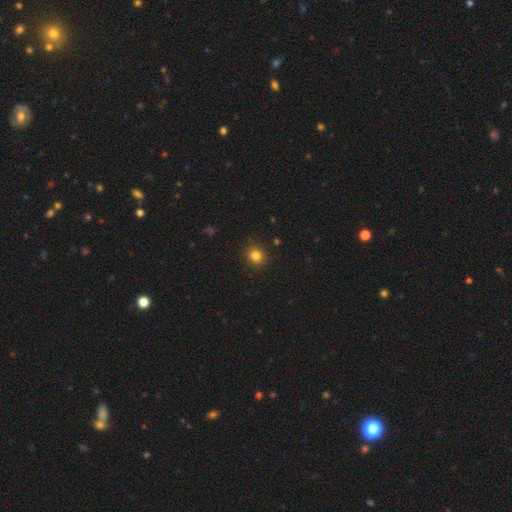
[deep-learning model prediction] Smooth or featured?
  - smooth: 82% *
  - star or artifact: 13%
  - featured or disk: 5%
How rounded?
  - round: 85% *
  - in between: 14%
  - cigar-shaped: 1%
Merging?
  - none: 90% *
  - minor disturbance: 7%
  - major disturbance: 2%
  - merger: 1%